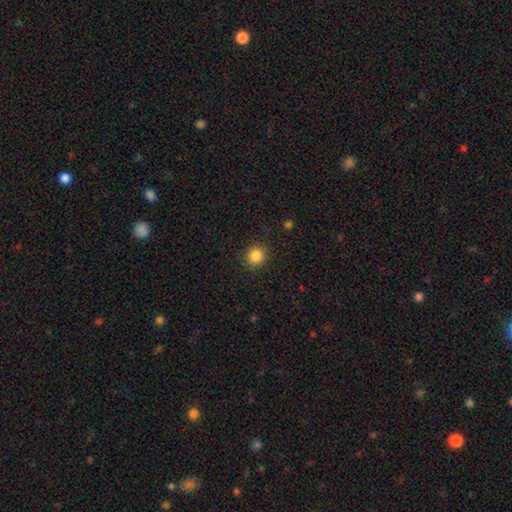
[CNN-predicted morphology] Smooth or featured? Predicted: smooth (p=0.85). How rounded? Predicted: round (p=0.88). Merging? Predicted: none (p=0.89).